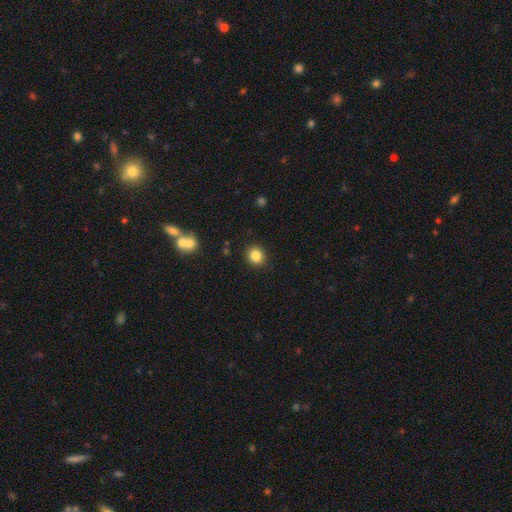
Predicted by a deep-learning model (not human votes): This is clearly a smooth galaxy (84%). How rounded: clearly round (86%). Merging: clearly none (90%).